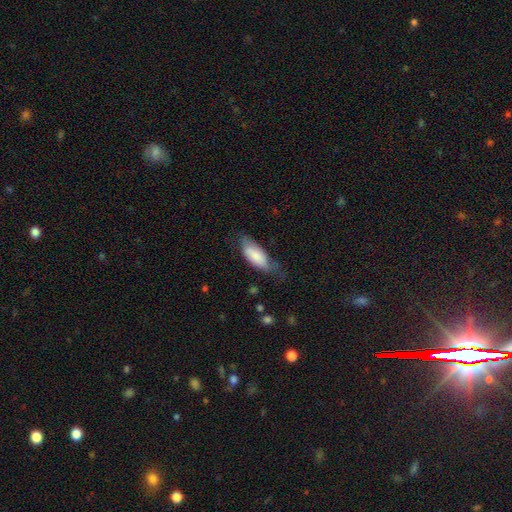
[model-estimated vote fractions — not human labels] Smooth or featured? Predicted: smooth (p=0.77). How rounded? Predicted: in between (p=0.79). Merging? Predicted: none (p=0.47).